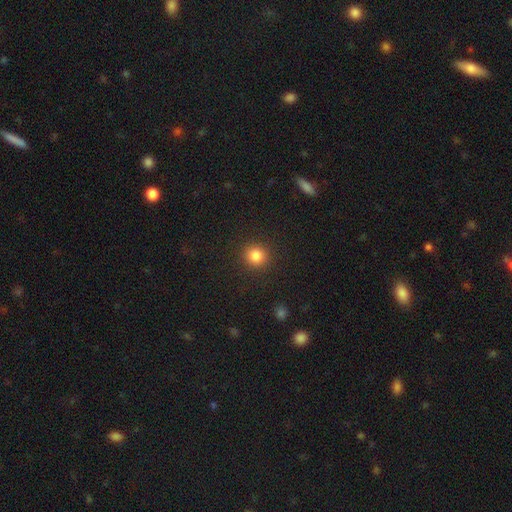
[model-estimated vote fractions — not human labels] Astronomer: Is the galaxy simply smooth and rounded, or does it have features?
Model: smooth — 84%.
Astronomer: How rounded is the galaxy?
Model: round — 91%.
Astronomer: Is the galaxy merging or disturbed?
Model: none — 91%.